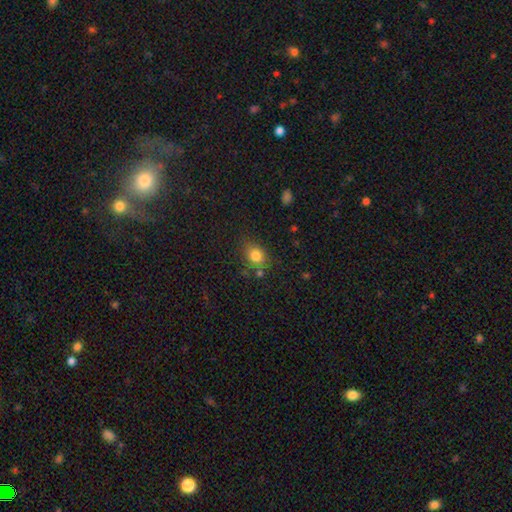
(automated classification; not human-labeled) Q: Smooth or featured?
A: smooth (81%); runner-up: star or artifact (11%)
Q: How rounded?
A: round (55%); runner-up: in between (43%)
Q: Merging?
A: none (69%); runner-up: minor disturbance (18%)